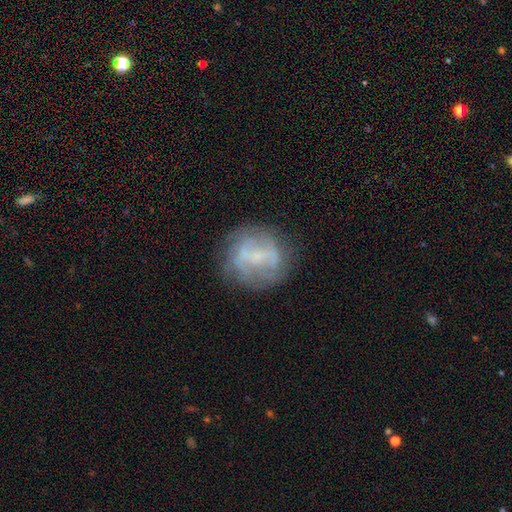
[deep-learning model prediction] Morphology: type=featured or disk (61%); edge-on=no (96%); bar=weak (43%); spiral arms=yes (52%); bulge=small (48%); merging=none (69%).